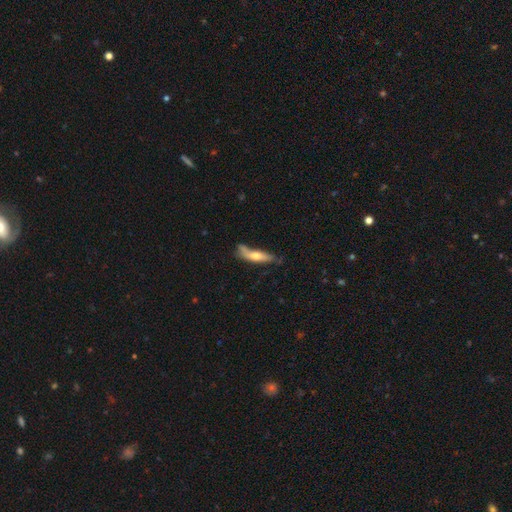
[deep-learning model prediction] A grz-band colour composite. It shows a smooth galaxy with no disk features (59%) that is cigar-shaped (71%). Merging: none (50%).